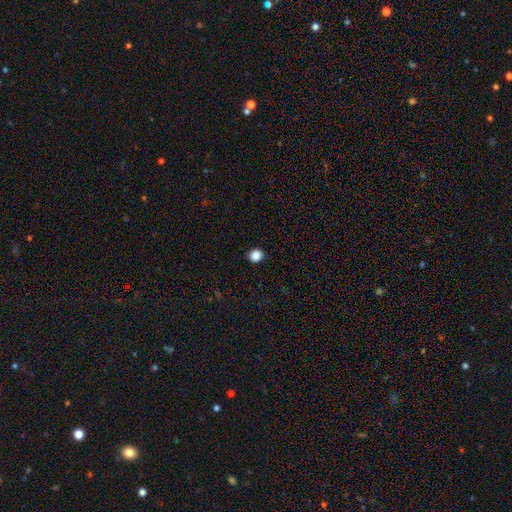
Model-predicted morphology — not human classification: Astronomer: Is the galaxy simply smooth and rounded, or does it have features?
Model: smooth — 88%.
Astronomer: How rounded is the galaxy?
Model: round — 82%.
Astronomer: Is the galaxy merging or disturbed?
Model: none — 92%.